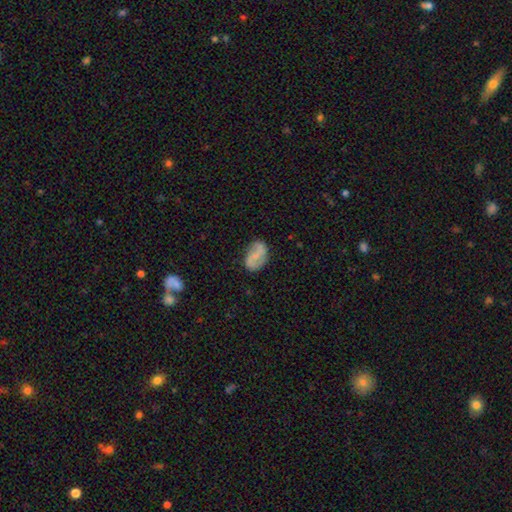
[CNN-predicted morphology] smooth_or_featured: featured or disk (p=0.68) [alt: smooth p=0.25]
disk_edge_on: no (p=0.98) [alt: yes p=0.02]
bar: weak (p=0.43) [alt: no p=0.32]
has_spiral_arms: yes (p=0.91) [alt: no p=0.09]
spiral_winding: loose (p=0.60) [alt: medium p=0.30]
spiral_arm_count: 2 (p=0.91) [alt: can't tell p=0.04]
bulge_size: none (p=0.51) [alt: small p=0.35]
merging: none (p=0.78) [alt: minor disturbance p=0.15]